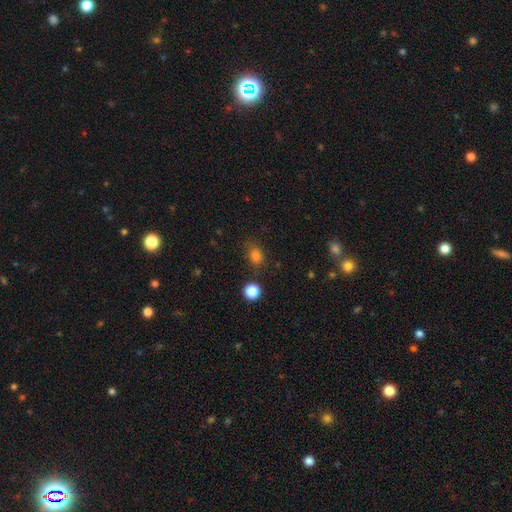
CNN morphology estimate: Smooth or featured?
  - smooth: 79% *
  - star or artifact: 16%
  - featured or disk: 5%
How rounded?
  - in between: 51% *
  - round: 47%
  - cigar-shaped: 1%
Merging?
  - none: 74% *
  - minor disturbance: 17%
  - major disturbance: 5%
  - merger: 3%